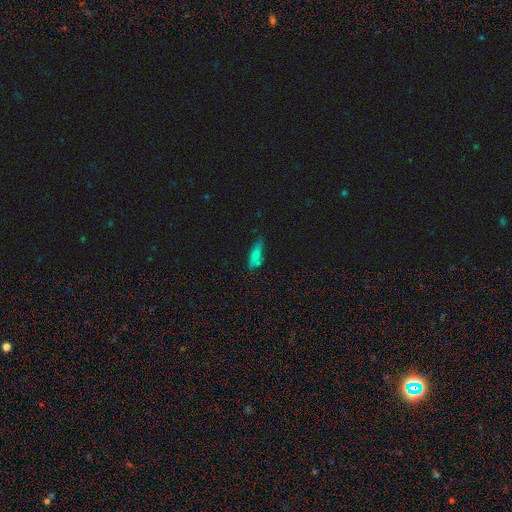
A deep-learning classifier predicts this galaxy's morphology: type=smooth (68%); roundness=cigar-shaped (54%); merging=none (70%).